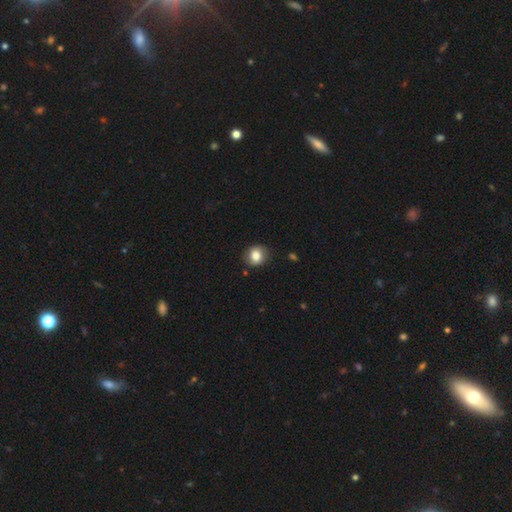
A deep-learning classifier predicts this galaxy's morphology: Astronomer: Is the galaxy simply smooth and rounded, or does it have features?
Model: smooth — 79%.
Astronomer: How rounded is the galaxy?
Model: round — 73%.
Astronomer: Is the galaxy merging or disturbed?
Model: none — 84%.